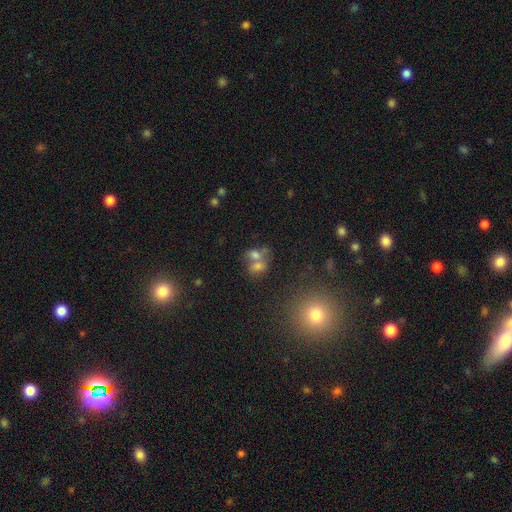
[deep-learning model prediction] Morphology: type=smooth (63%); roundness=in between (62%); merging=merger (60%).